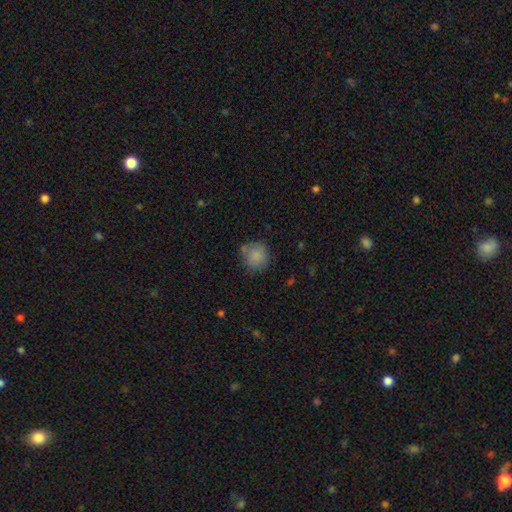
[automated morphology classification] smooth-or-featured: smooth: 83% | star or artifact: 9% | featured or disk: 8%
  how-rounded: round: 89% | in between: 10% | cigar-shaped: 1%
  merging: none: 67% | minor disturbance: 19% | merger: 8% | major disturbance: 6%